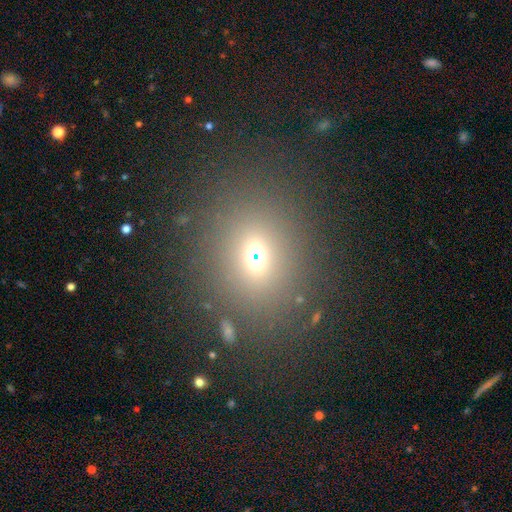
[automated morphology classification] Smooth or featured? smooth (59%)
How rounded? round (52%)
Merging? none (72%)